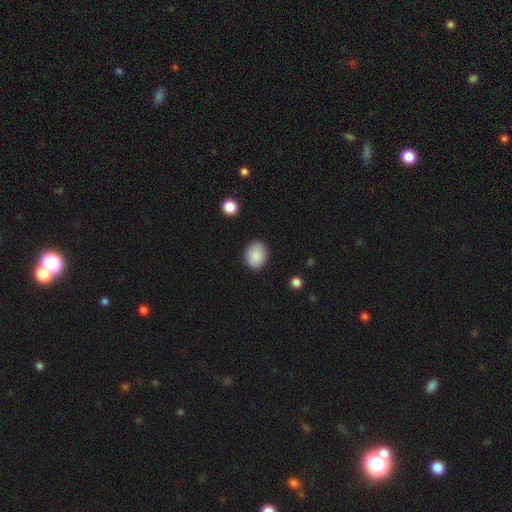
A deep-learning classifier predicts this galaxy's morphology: Smooth or featured? Predicted: smooth (p=0.89). How rounded? Predicted: in between (p=0.57). Merging? Predicted: none (p=0.85).